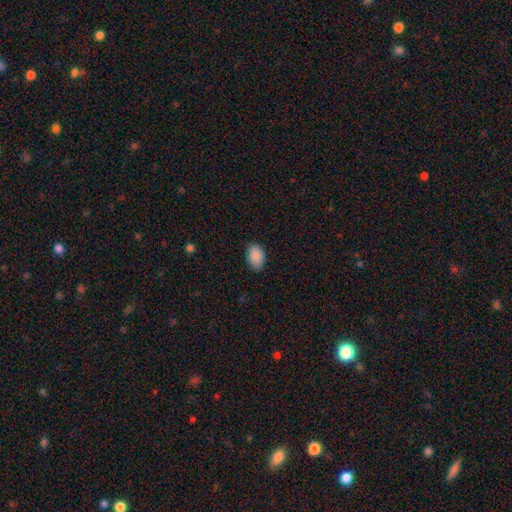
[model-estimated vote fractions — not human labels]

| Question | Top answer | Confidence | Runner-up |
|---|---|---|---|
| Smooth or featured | smooth | 89% | star or artifact (7%) |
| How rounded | in between | 90% | round (9%) |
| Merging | none | 84% | minor disturbance (12%) |